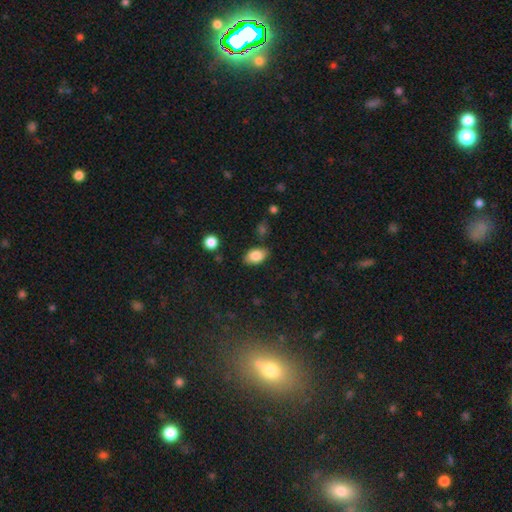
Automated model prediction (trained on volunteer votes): smooth 83%, featured or disk 9%, star or artifact 8%. Down the decision tree: how rounded — in between (91%); merging — none (82%).